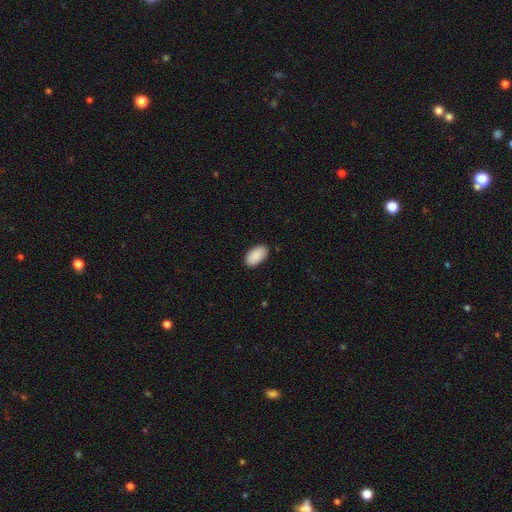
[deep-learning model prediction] smooth-or-featured: smooth: 91% | star or artifact: 6% | featured or disk: 3%
  how-rounded: in between: 96% | round: 2% | cigar-shaped: 2%
  merging: none: 88% | minor disturbance: 9% | major disturbance: 2% | merger: 1%